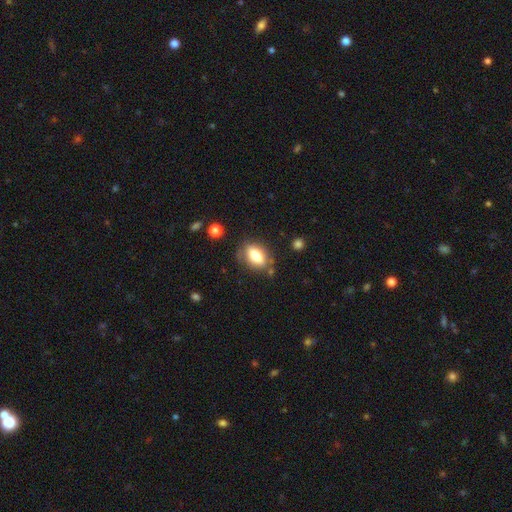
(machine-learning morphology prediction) smooth_or_featured: smooth (p=0.75) [alt: featured or disk p=0.17]
how_rounded: in between (p=0.82) [alt: round p=0.13]
merging: none (p=0.72) [alt: minor disturbance p=0.18]